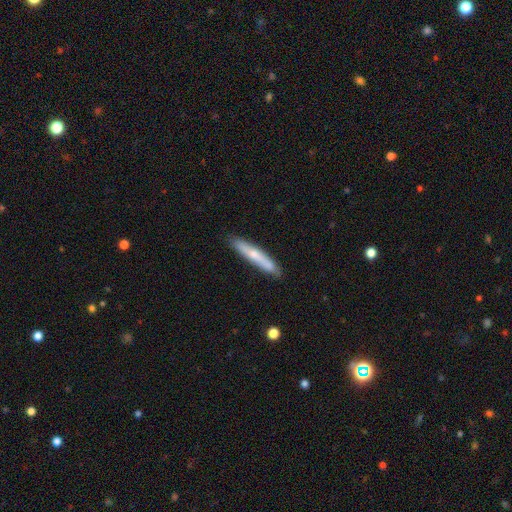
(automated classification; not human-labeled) Smooth or featured?
  - smooth: 54% *
  - featured or disk: 40%
  - star or artifact: 6%
How rounded?
  - cigar-shaped: 94% *
  - in between: 5%
  - round: 1%
Merging?
  - none: 86% *
  - minor disturbance: 10%
  - merger: 2%
  - major disturbance: 2%